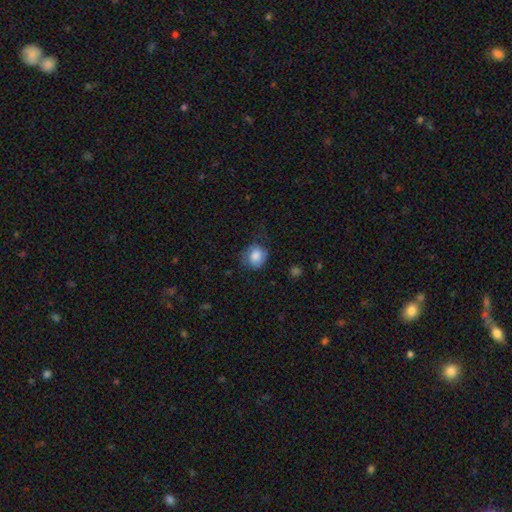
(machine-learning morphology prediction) Q: Smooth or featured?
A: smooth (80%); runner-up: featured or disk (13%)
Q: How rounded?
A: round (67%); runner-up: in between (32%)
Q: Merging?
A: none (56%); runner-up: minor disturbance (27%)